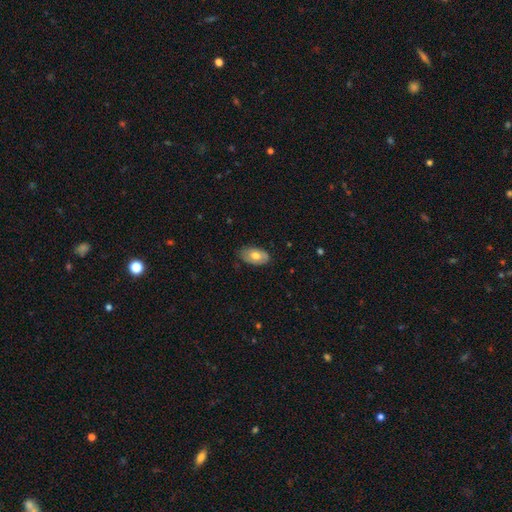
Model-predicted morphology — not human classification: A smooth galaxy with no disk features (65%) that is in between round and cigar-shaped (93%). Merging: none (75%).